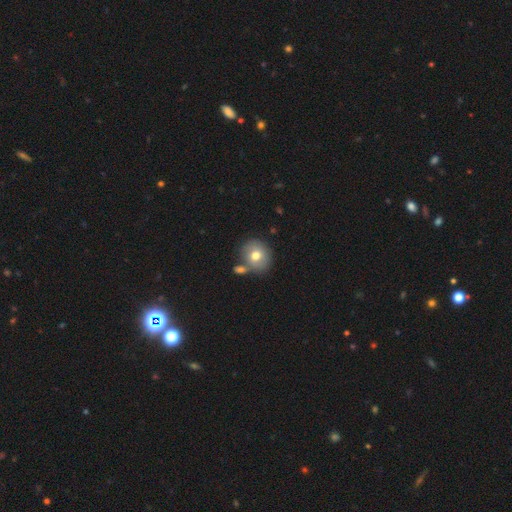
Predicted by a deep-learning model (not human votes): Smooth or featured? Predicted: smooth (p=0.71). How rounded? Predicted: round (p=0.82). Merging? Predicted: none (p=0.64).